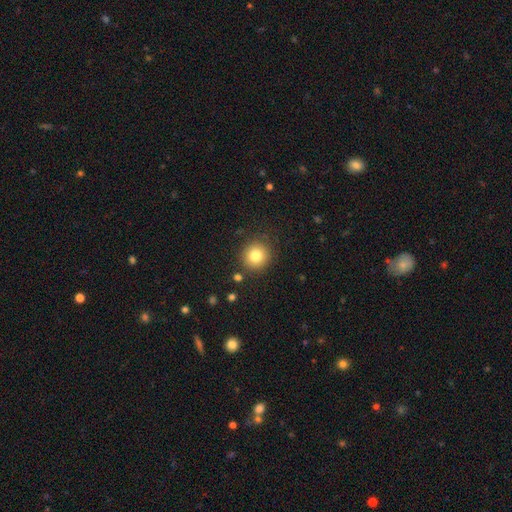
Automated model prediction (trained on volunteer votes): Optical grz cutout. It shows a smooth galaxy with no disk features (81%) that is round (92%). Merging: none (87%).